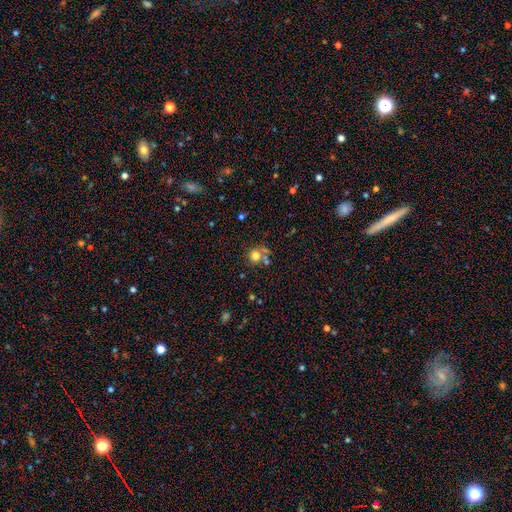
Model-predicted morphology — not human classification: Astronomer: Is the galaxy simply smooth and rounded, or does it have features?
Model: smooth — 74%.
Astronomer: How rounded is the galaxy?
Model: round — 87%.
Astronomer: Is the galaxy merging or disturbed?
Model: none — 57%.